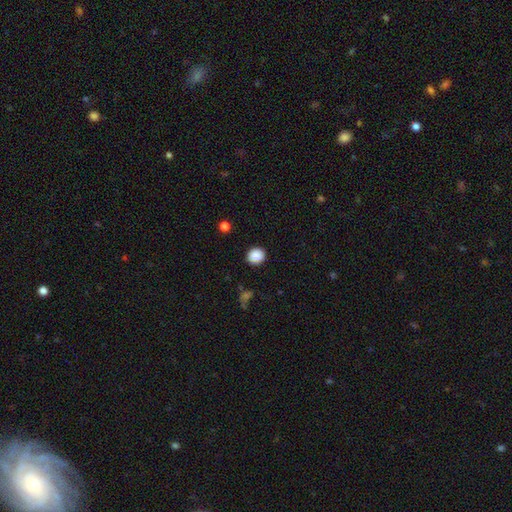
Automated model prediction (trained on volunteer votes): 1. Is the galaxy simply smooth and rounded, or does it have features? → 89% smooth, 9% star or artifact, 3% featured or disk.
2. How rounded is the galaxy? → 76% round, 23% in between, 1% cigar-shaped.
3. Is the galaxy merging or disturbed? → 89% none, 7% minor disturbance, 2% major disturbance, 1% merger.